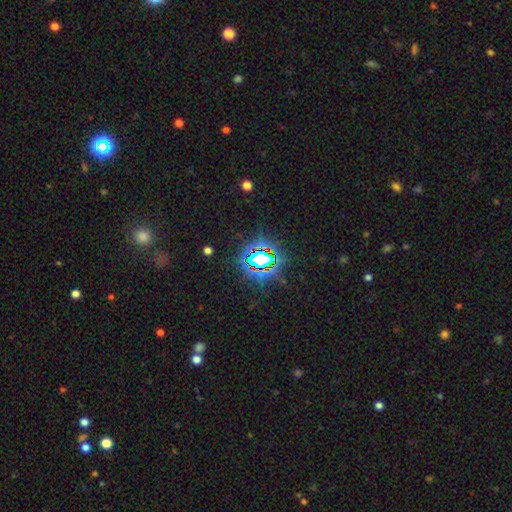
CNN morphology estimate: Smooth or featured?
  - star or artifact: 78% *
  - smooth: 13%
  - featured or disk: 9%